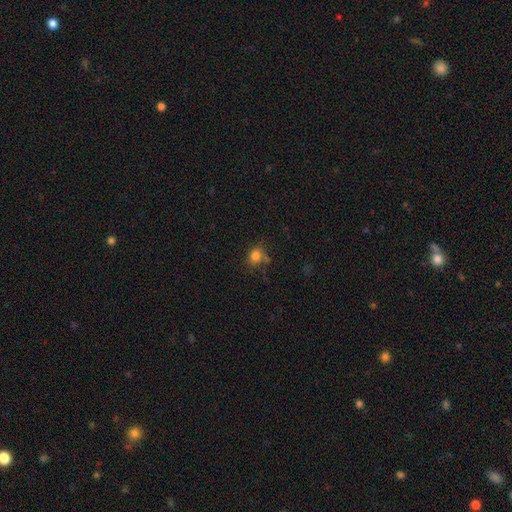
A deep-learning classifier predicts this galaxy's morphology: type=smooth (80%); roundness=round (64%); merging=none (62%).